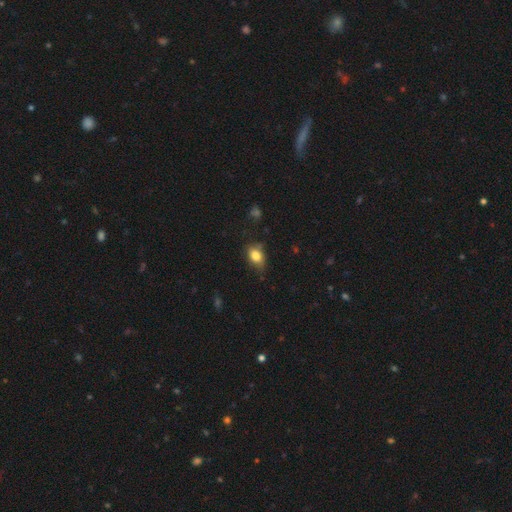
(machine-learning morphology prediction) Smooth or featured?
  - smooth: 82% *
  - star or artifact: 9%
  - featured or disk: 9%
How rounded?
  - in between: 78% *
  - round: 20%
  - cigar-shaped: 2%
Merging?
  - none: 66% *
  - minor disturbance: 26%
  - major disturbance: 5%
  - merger: 2%